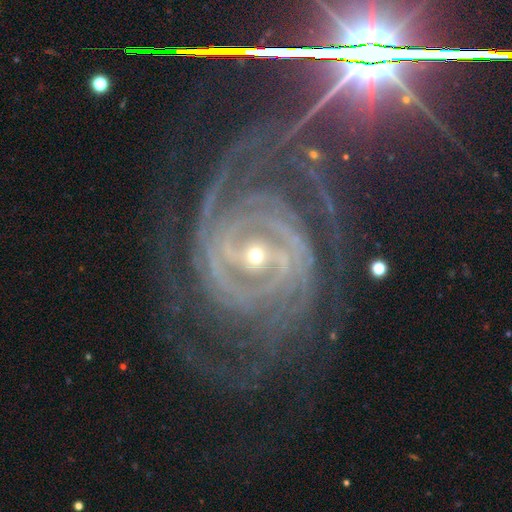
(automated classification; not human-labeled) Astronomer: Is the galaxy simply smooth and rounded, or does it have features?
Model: featured or disk — 88%.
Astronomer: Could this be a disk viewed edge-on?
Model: no — 97%.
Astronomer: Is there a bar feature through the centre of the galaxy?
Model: strong — 39% (runner-up: weak, 36%).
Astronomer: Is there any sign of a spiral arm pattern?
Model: yes — 98%.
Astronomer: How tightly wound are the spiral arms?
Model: tight — 70%.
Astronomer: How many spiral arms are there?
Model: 2 — 38% (runner-up: 3, 19%).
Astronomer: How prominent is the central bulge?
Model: small — 65%.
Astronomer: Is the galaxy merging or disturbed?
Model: none — 68%.